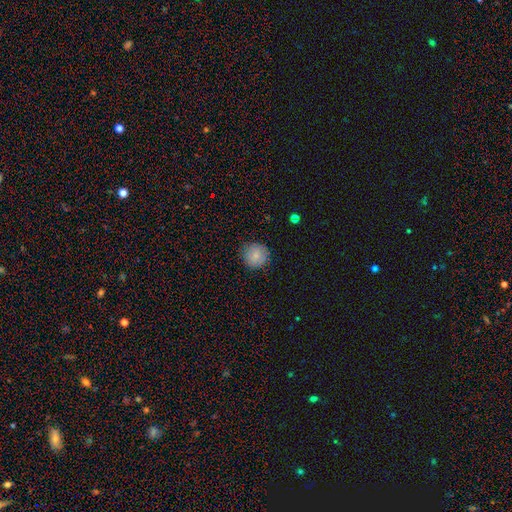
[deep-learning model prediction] The model was most divided on "smooth or featured": smooth: 81%, featured or disk: 10%, star or artifact: 9%. More confident: how rounded — round (92%); merging — none (84%).